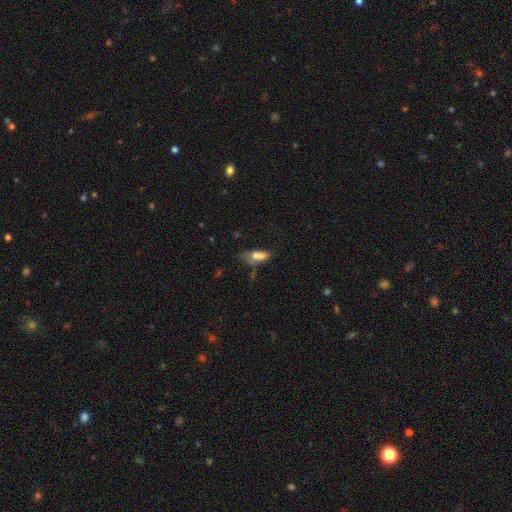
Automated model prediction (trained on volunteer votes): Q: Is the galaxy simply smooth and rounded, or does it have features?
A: smooth — 68%.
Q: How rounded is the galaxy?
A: in between — 74%.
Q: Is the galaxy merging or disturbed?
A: none — 30%.